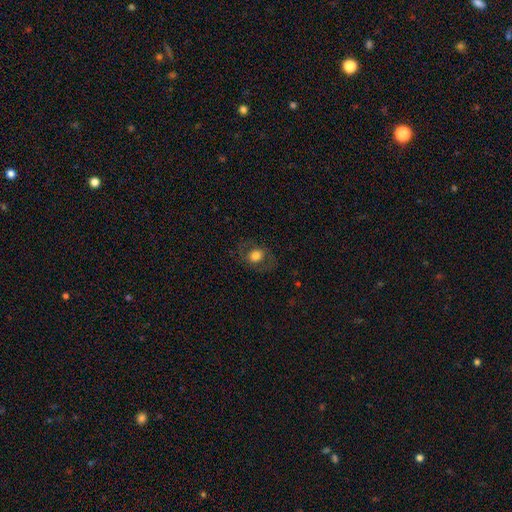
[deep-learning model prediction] Smooth or featured: smooth — 67% (featured or disk — 24%)
How rounded: round — 54% (in between — 45%)
Merging: none — 78% (minor disturbance — 13%)